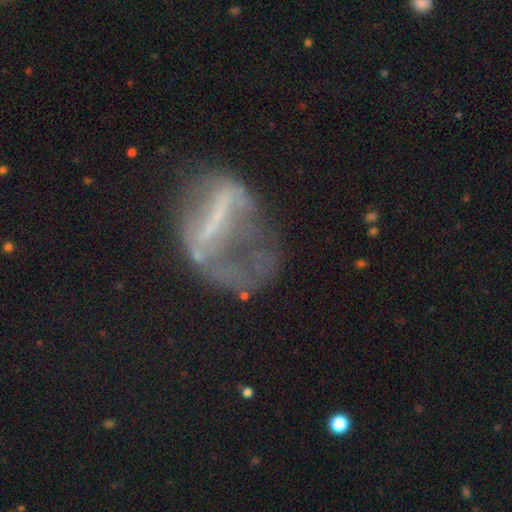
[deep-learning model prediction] Morphology: type=featured or disk (57%); edge-on=no (89%); bar=strong (49%); spiral arms=no (72%); bulge=none (61%); merging=major disturbance (41%).